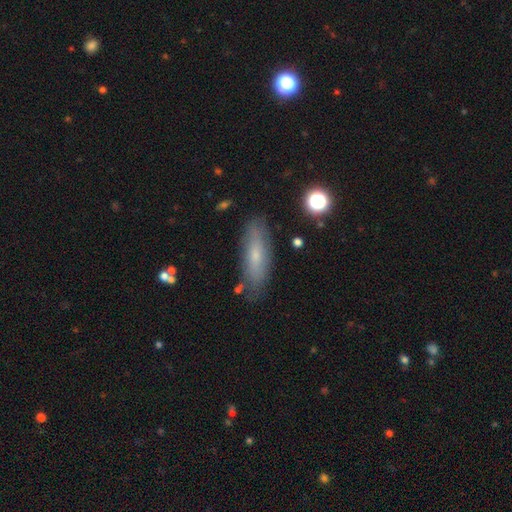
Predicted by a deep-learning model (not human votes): Smooth or featured? smooth (60%)
How rounded? cigar-shaped (49%)
Merging? none (80%)